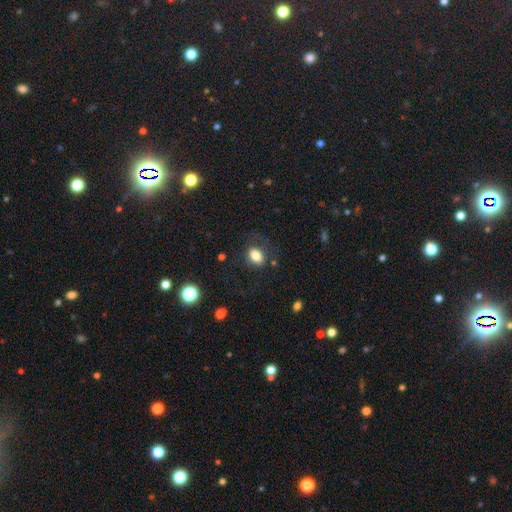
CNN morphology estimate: smooth-or-featured: smooth: 80% | featured or disk: 10% | star or artifact: 10%
  how-rounded: in between: 76% | round: 22% | cigar-shaped: 1%
  merging: none: 68% | minor disturbance: 19% | major disturbance: 12% | merger: 2%